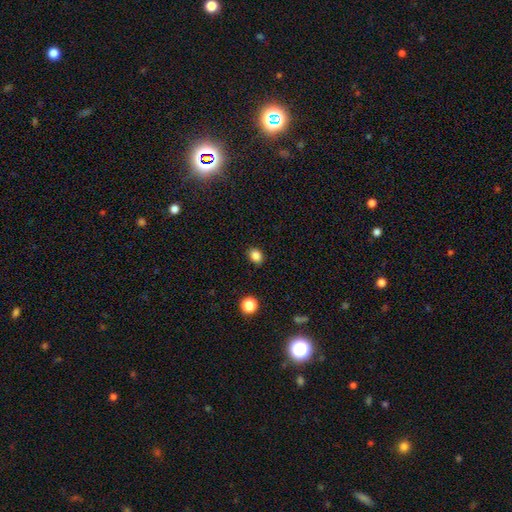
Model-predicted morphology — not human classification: Overall: smooth (85%). How rounded: in between (52%; round 47%). Merging: none (87%).